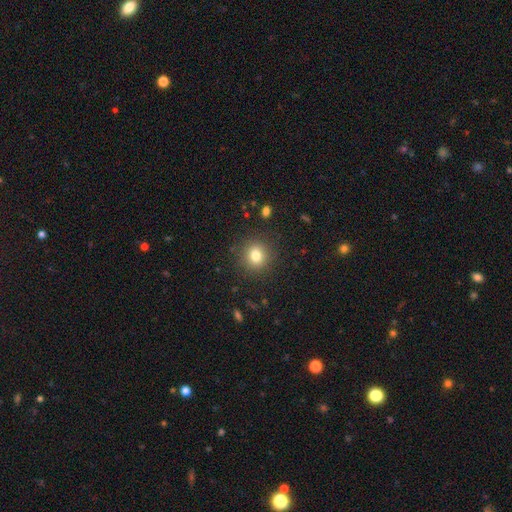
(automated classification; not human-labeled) Morphology: type=smooth (79%); roundness=round (90%); merging=none (89%).